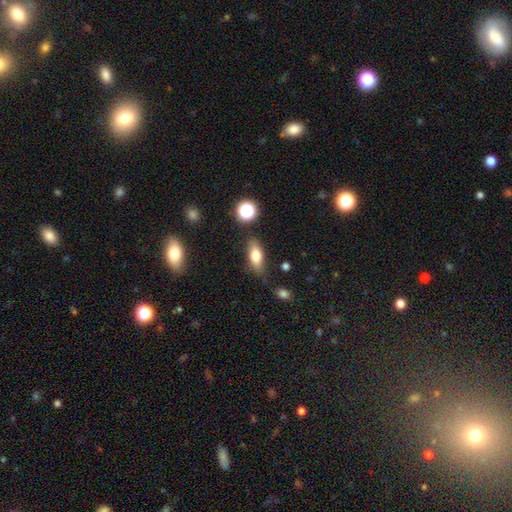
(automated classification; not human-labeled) smooth 74%, featured or disk 17%, star or artifact 9%. Down the decision tree: how rounded — in between (74%); merging — none (76%).